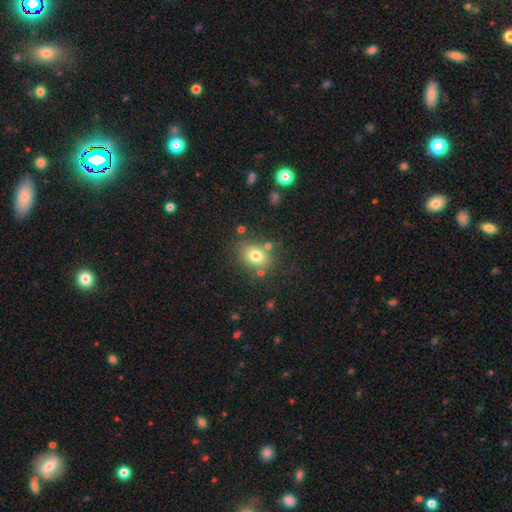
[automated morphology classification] A smooth galaxy with no disk features (77%) that is in between round and cigar-shaped (51%).

Vote fractions:
- Smooth or featured? smooth: 77% / star or artifact: 12% / featured or disk: 11%
- How rounded? in between: 51% / round: 48% / cigar-shaped: 1%
- Merging? none: 75% / minor disturbance: 13% / merger: 7% / major disturbance: 5%